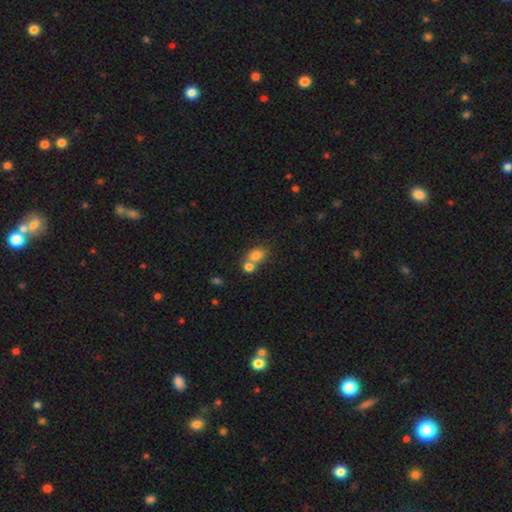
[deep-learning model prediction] This is likely a smooth galaxy (77%). How rounded: possibly in between (59%). Merging: possibly merger (52%).